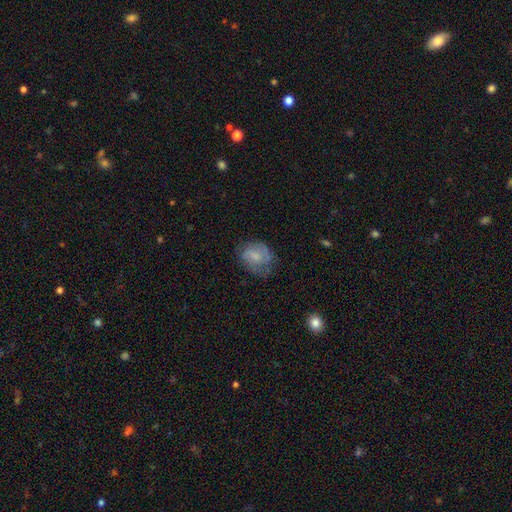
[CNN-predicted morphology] Smooth or featured?
  - smooth: 53% *
  - featured or disk: 39%
  - star or artifact: 8%
How rounded?
  - round: 52% *
  - in between: 46%
  - cigar-shaped: 1%
Merging?
  - none: 52% *
  - minor disturbance: 29%
  - major disturbance: 17%
  - merger: 2%